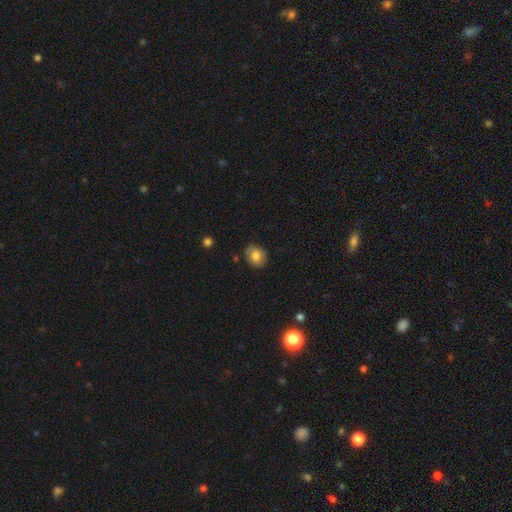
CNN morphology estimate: type=smooth (81%); roundness=round (60%); merging=none (77%).